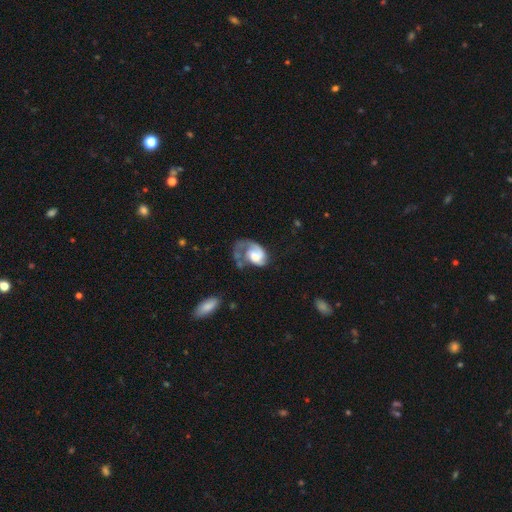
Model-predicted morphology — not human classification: A featured or disk galaxy (65%) with no bar (69%), 1 (75%) medium (35%) spiral arms (85%) and a large central bulge (40%).

Vote fractions:
- Smooth or featured? featured or disk: 65% / smooth: 28% / star or artifact: 7%
- Edge-on disk? no: 98% / yes: 2%
- Bar? no: 69% / weak: 26% / strong: 6%
- Spiral arms? yes: 85% / no: 15%
- Spiral winding? medium: 35% / tight: 33% / loose: 32%
- Spiral arm count? 1: 75% / 2: 15% / can't tell: 7% / 3: 2% / 4: 1% / more than 4: 1%
- Bulge size? large: 40% / moderate: 25% / none: 15% / small: 12% / dominant: 8%
- Merging? major disturbance: 49% / none: 25% / minor disturbance: 20% / merger: 6%